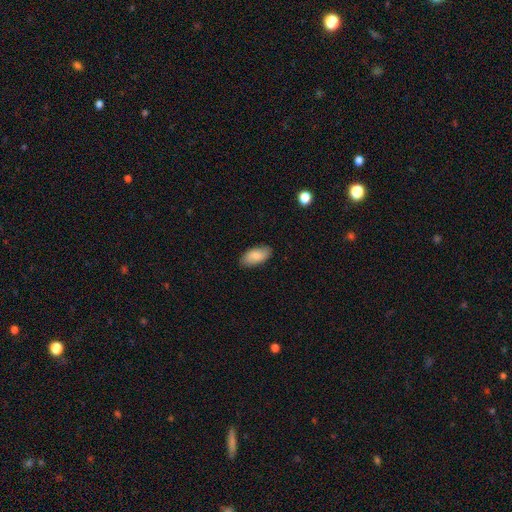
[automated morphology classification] A smooth galaxy with no disk features (83%) that is in between round and cigar-shaped (93%).

Vote fractions:
- Smooth or featured? smooth: 83% / featured or disk: 11% / star or artifact: 6%
- How rounded? in between: 93% / cigar-shaped: 4% / round: 2%
- Merging? none: 85% / minor disturbance: 12% / major disturbance: 2% / merger: 1%